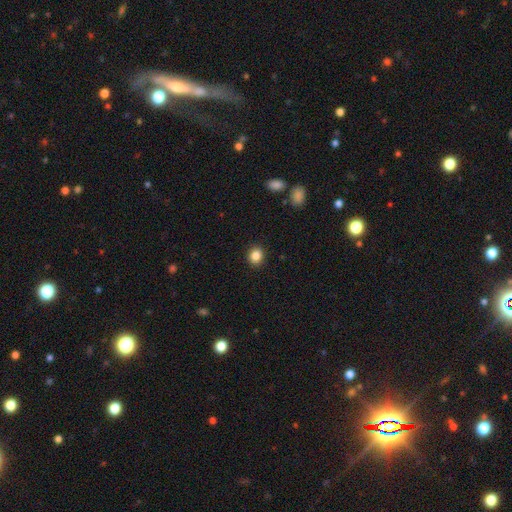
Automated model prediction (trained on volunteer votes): A smooth galaxy with no disk features (85%) that is round (77%). Merging: none (91%).